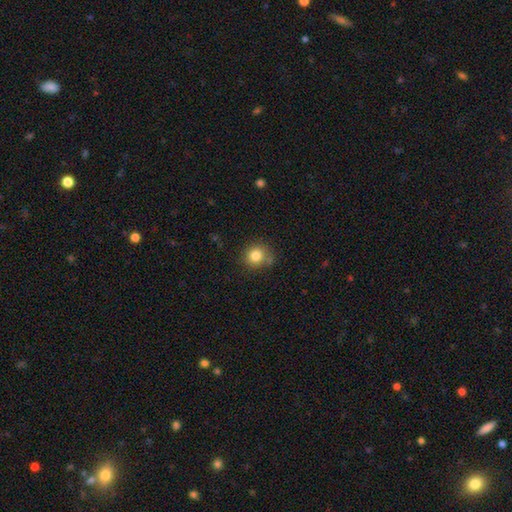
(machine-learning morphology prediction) smooth 83%, star or artifact 11%, featured or disk 7%. Down the decision tree: how rounded — round (85%); merging — none (72%).